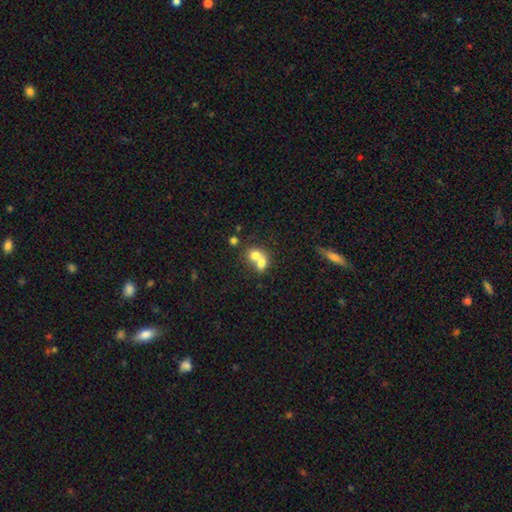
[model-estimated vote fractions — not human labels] smooth-or-featured: smooth: 70% | featured or disk: 20% | star or artifact: 10%
  how-rounded: round: 60% | in between: 39% | cigar-shaped: 1%
  merging: merger: 72% | none: 20% | minor disturbance: 5% | major disturbance: 3%